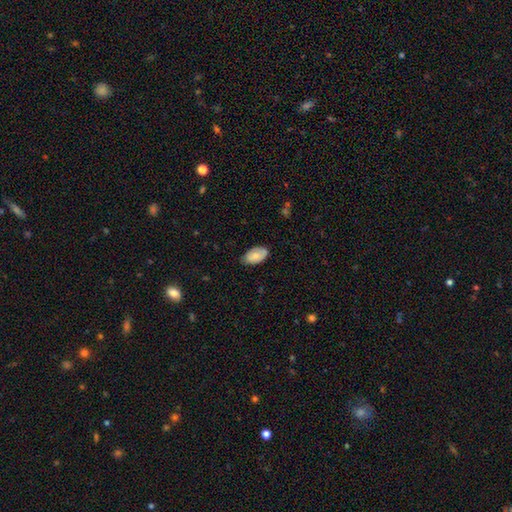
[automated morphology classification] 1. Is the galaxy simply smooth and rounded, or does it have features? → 75% smooth, 18% featured or disk, 6% star or artifact.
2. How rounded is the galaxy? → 95% in between, 4% round, 2% cigar-shaped.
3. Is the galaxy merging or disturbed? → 70% none, 25% minor disturbance, 4% major disturbance, 1% merger.